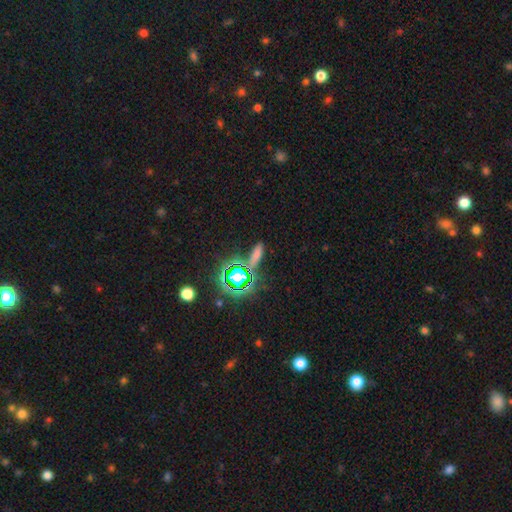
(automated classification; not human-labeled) Q: Smooth or featured?
A: smooth (56%); runner-up: star or artifact (34%)
Q: How rounded?
A: cigar-shaped (56%); runner-up: in between (35%)
Q: Merging?
A: none (74%); runner-up: minor disturbance (13%)